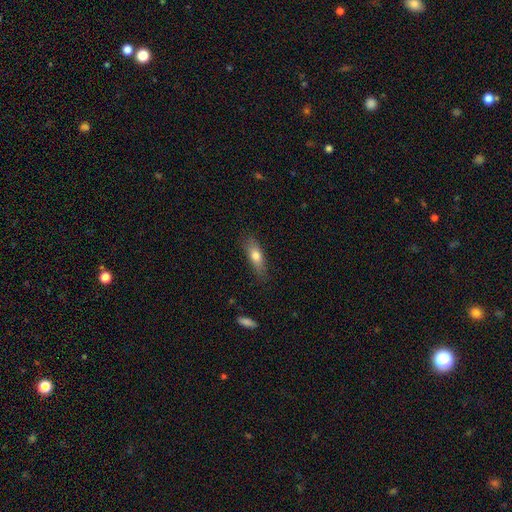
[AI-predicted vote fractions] The model was most divided on "how rounded": in between: 55%, cigar-shaped: 41%, round: 4%. More confident: merging — none (79%); smooth or featured — smooth (71%).